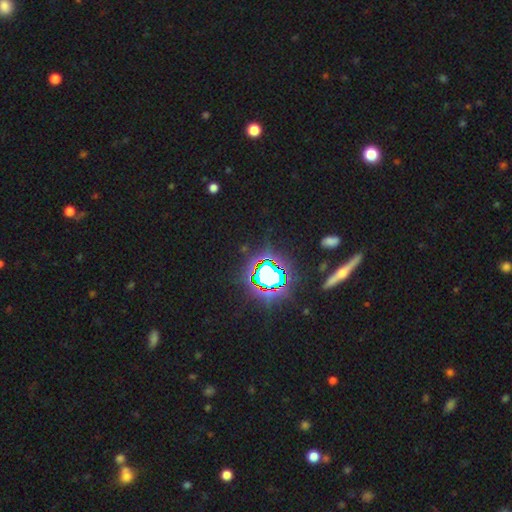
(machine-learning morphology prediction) Smooth or featured? Predicted: star or artifact (p=0.80).